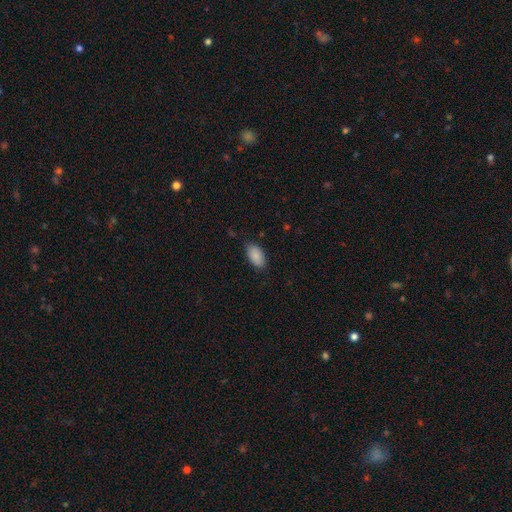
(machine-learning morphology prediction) Overall: smooth (87%). How rounded: in between (94%). Merging: none (79%).